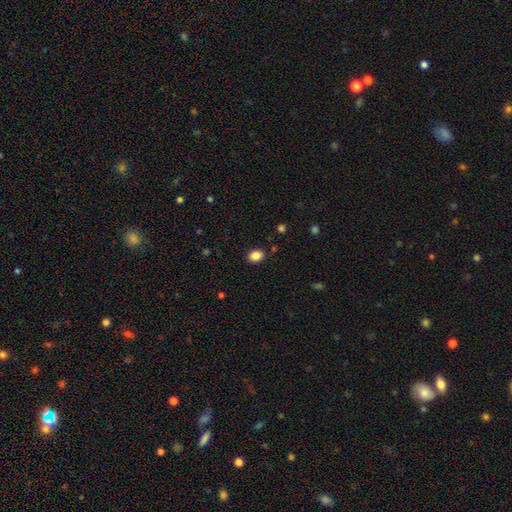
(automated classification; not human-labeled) Morphology: type=smooth (87%); roundness=in between (65%); merging=none (88%).